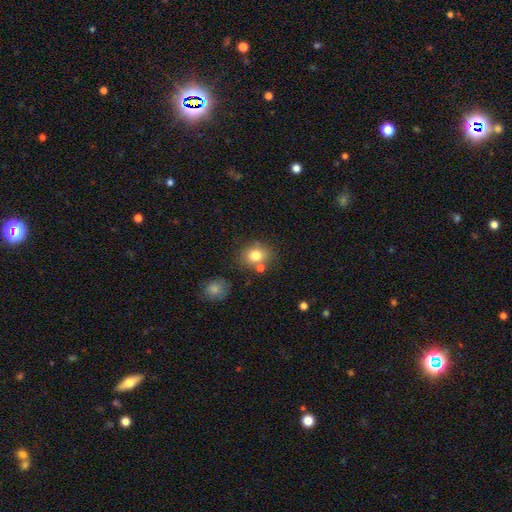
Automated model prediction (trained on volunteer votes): Q: Smooth or featured?
A: smooth (79%); runner-up: star or artifact (11%)
Q: How rounded?
A: round (62%); runner-up: in between (37%)
Q: Merging?
A: none (66%); runner-up: minor disturbance (15%)